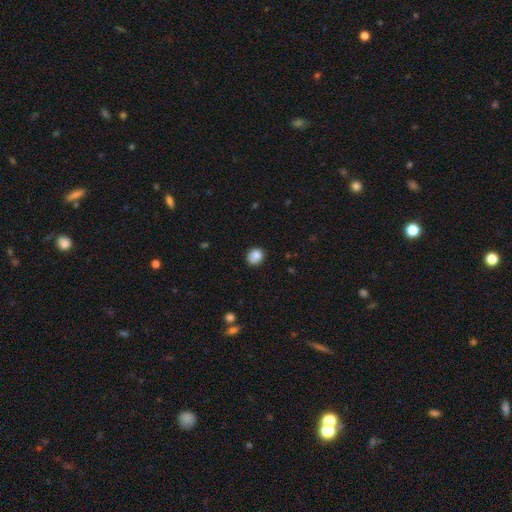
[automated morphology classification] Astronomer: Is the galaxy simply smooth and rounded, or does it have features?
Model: smooth — 86%.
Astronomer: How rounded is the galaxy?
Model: round — 68%.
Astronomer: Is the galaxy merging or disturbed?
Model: none — 80%.